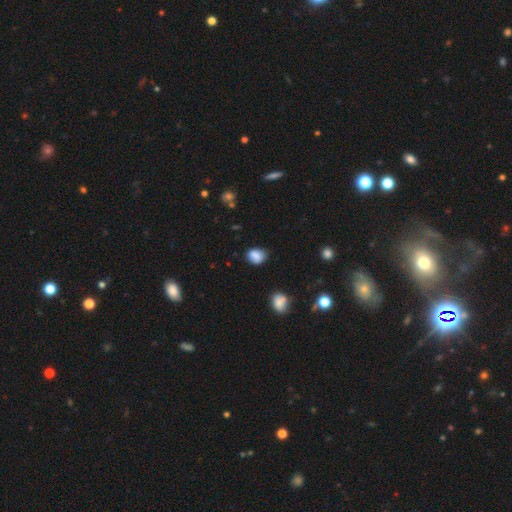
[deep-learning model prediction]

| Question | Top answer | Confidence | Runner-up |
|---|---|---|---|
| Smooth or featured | smooth | 83% | star or artifact (10%) |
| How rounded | in between | 53% | round (46%) |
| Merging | none | 64% | minor disturbance (27%) |